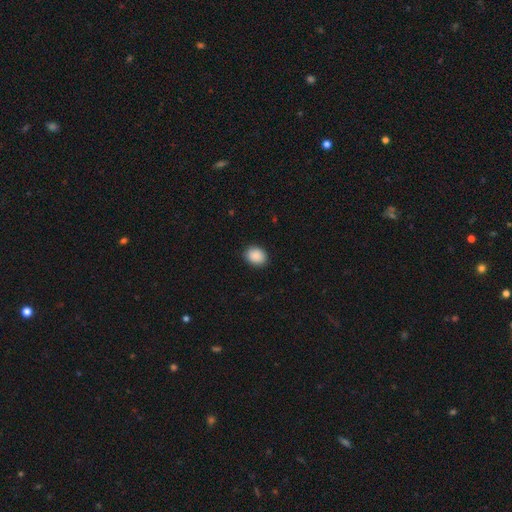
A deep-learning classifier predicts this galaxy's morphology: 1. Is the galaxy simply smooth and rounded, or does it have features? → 90% smooth, 7% star or artifact, 2% featured or disk.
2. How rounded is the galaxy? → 55% in between, 44% round, 1% cigar-shaped.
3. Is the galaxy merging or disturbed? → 89% none, 8% minor disturbance, 2% major disturbance, 1% merger.